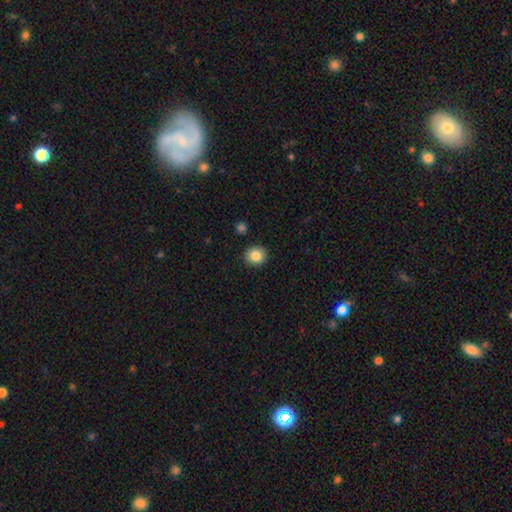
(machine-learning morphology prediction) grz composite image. It shows a smooth galaxy with no disk features (86%) that is round (88%). Merging: none (90%).